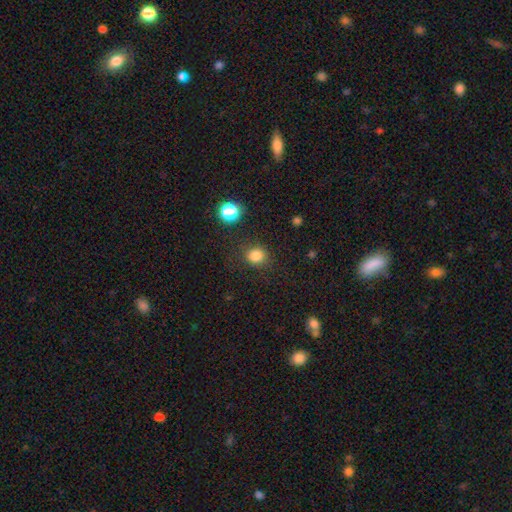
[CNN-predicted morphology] smooth_or_featured: smooth (p=0.82) [alt: star or artifact p=0.13]
how_rounded: round (p=0.73) [alt: in between p=0.26]
merging: none (p=0.80) [alt: minor disturbance p=0.12]